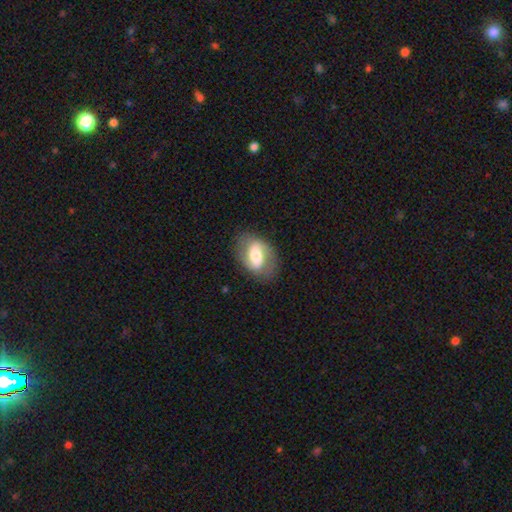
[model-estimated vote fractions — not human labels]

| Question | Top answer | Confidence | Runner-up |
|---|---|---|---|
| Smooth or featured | featured or disk | 57% | smooth (36%) |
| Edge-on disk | no | 95% | yes (5%) |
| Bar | weak | 39% | strong (34%) |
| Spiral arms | yes | 71% | no (29%) |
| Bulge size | moderate | 58% | large (20%) |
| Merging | none | 77% | minor disturbance (15%) |